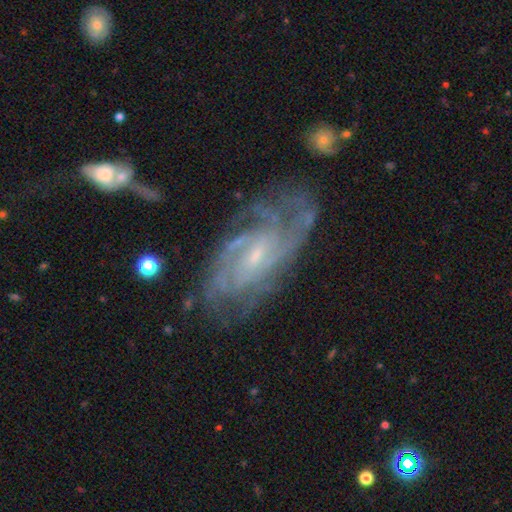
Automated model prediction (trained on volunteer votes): This appears to be a featured or disk galaxy (86%) with a weak bar (45%), tight (60%) spiral arms (95%) and a small central bulge (73%). Merging: none (69%).